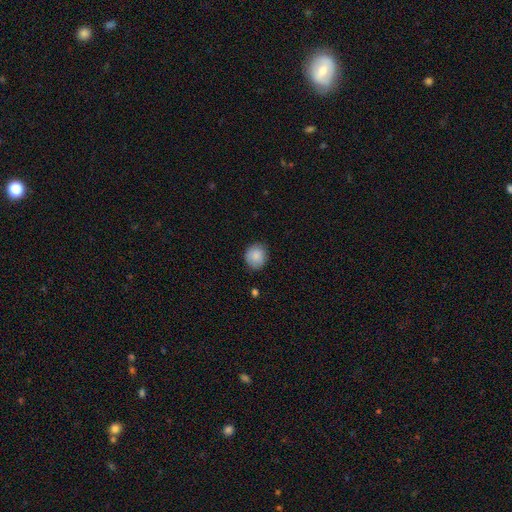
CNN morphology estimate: The model was most divided on "how rounded": round: 79%, in between: 20%, cigar-shaped: 1%. More confident: smooth or featured — smooth (87%); merging — none (83%).